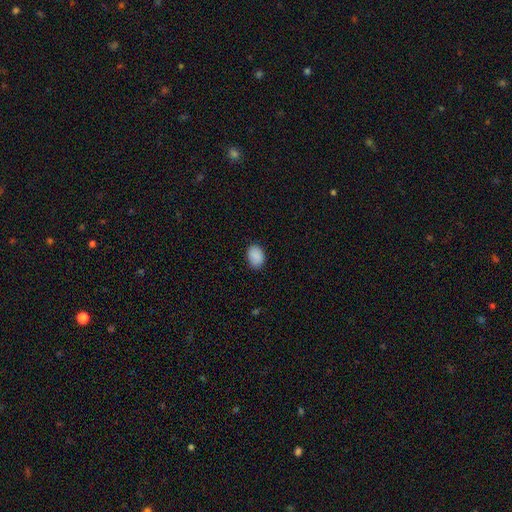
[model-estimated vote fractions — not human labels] Q: Smooth or featured?
A: smooth (90%); runner-up: star or artifact (8%)
Q: How rounded?
A: in between (78%); runner-up: round (21%)
Q: Merging?
A: none (86%); runner-up: minor disturbance (11%)